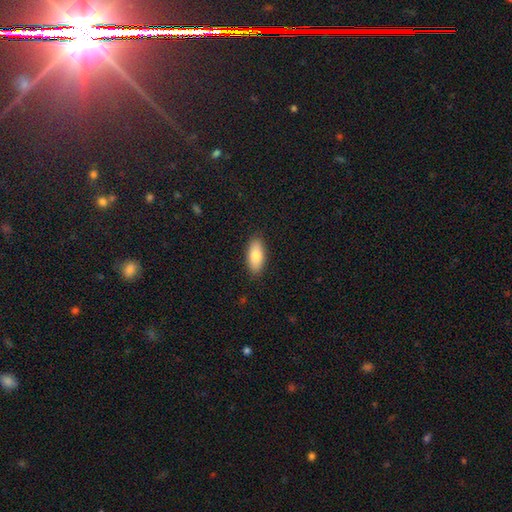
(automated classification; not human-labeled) A smooth galaxy with no disk features (79%) that is in between round and cigar-shaped (86%). Merging: none (89%).